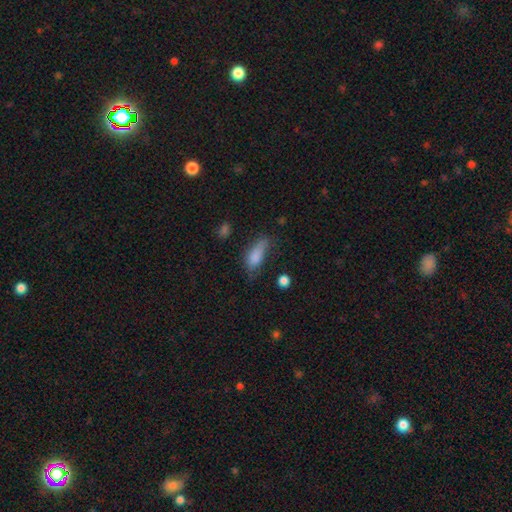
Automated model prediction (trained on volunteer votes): Morphology: type=smooth (80%); roundness=in between (75%); merging=none (44%).